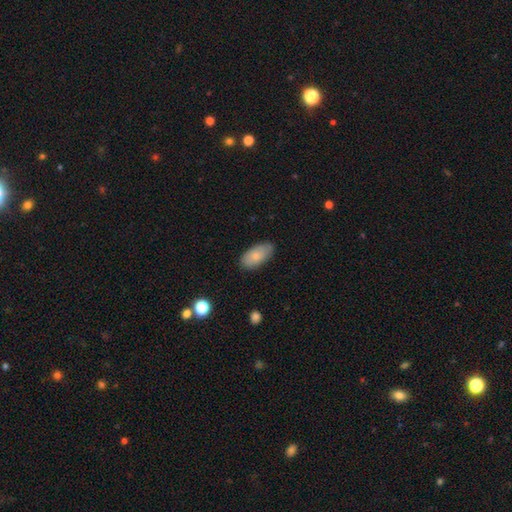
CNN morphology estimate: smooth 81%, featured or disk 13%, star or artifact 6%. Down the decision tree: how rounded — in between (93%); merging — none (80%).